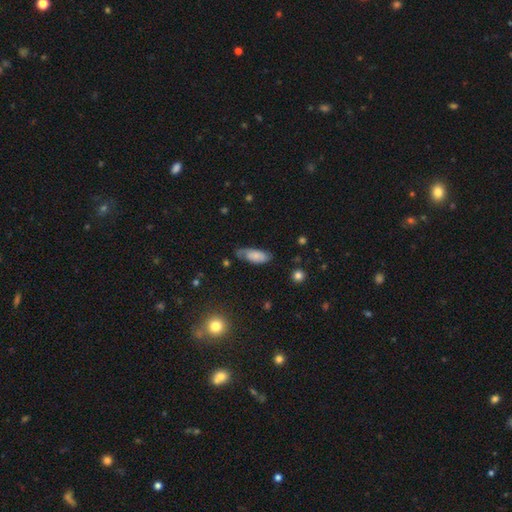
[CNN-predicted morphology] This is possibly a smooth galaxy (54%). How rounded: clearly in between (80%). Merging: possibly none (55%).